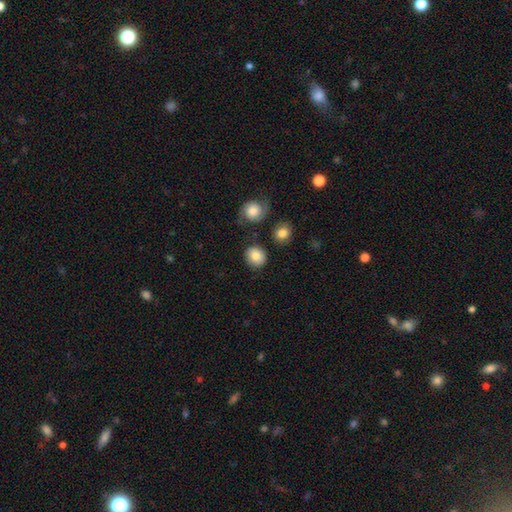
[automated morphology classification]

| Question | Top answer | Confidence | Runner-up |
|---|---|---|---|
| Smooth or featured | smooth | 81% | featured or disk (12%) |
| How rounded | round | 77% | in between (22%) |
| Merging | none | 78% | minor disturbance (13%) |